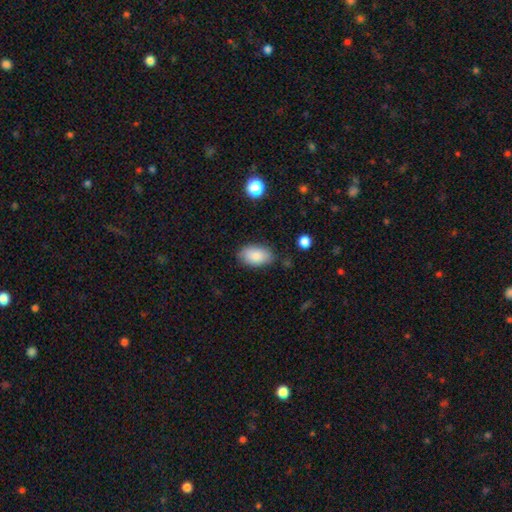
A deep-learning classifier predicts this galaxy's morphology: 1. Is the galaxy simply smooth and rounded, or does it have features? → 87% smooth, 7% star or artifact, 6% featured or disk.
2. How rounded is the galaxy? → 93% in between, 6% round, 2% cigar-shaped.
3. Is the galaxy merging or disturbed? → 79% none, 15% minor disturbance, 4% major disturbance, 2% merger.